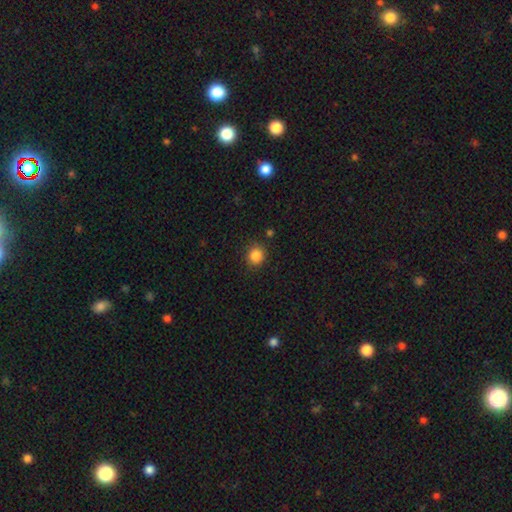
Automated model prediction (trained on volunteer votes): Smooth or featured?
  - smooth: 85% *
  - star or artifact: 11%
  - featured or disk: 4%
How rounded?
  - round: 82% *
  - in between: 17%
  - cigar-shaped: 1%
Merging?
  - none: 86% *
  - minor disturbance: 9%
  - major disturbance: 3%
  - merger: 2%